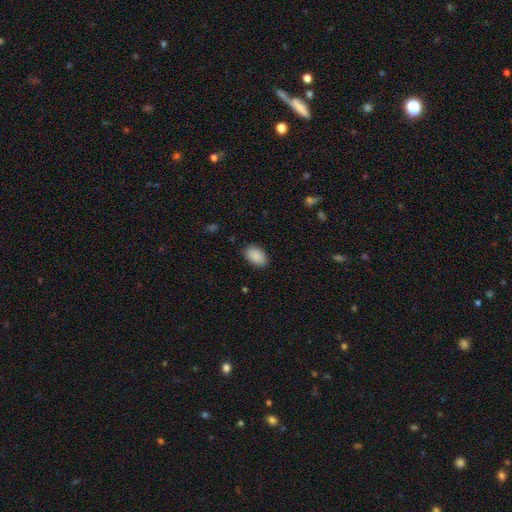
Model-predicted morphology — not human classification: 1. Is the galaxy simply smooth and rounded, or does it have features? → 90% smooth, 7% star or artifact, 3% featured or disk.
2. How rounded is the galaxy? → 91% in between, 8% round, 1% cigar-shaped.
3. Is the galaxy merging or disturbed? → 86% none, 11% minor disturbance, 2% major disturbance, 1% merger.